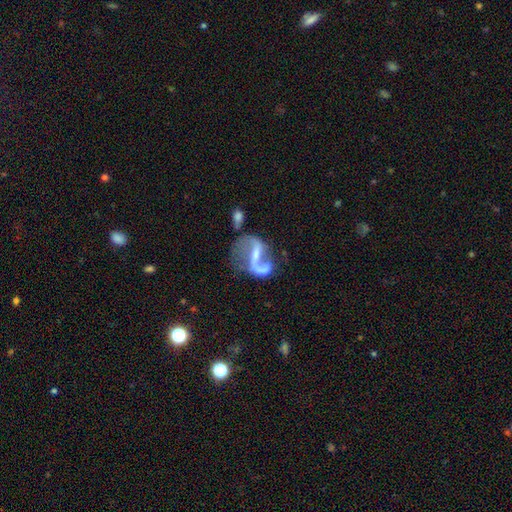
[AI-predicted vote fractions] Morphology: type=featured or disk (85%); edge-on=no (97%); bar=strong (45%); spiral arms=yes (90%); winding=loose (69%); arm count=2 (80%); bulge=small (55%); merging=none (45%).